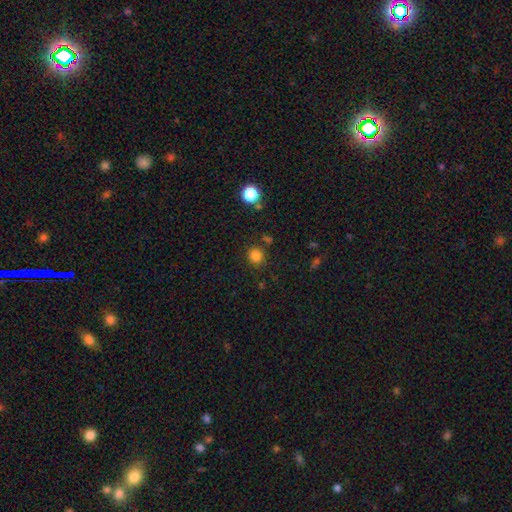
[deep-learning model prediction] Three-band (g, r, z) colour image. It shows a smooth galaxy with no disk features (82%) that is round (90%). Merging: none (84%).